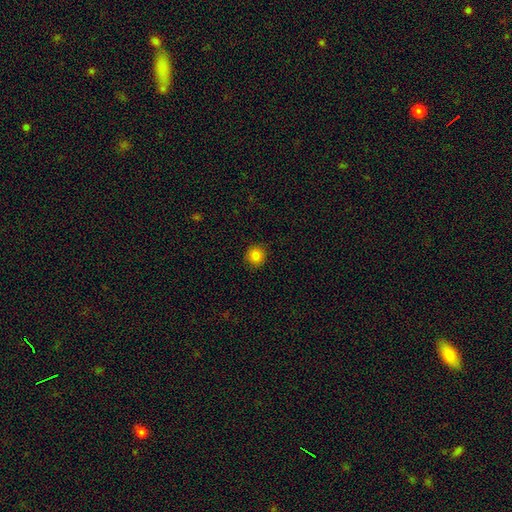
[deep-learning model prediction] This is clearly a smooth galaxy (82%). How rounded: clearly round (93%). Merging: clearly none (91%).